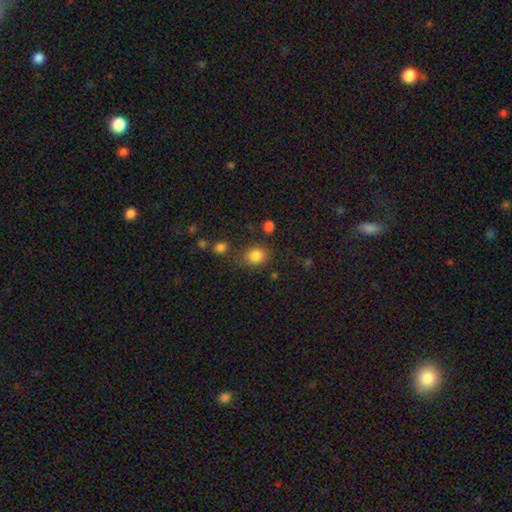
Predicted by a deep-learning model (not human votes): Smooth or featured: smooth — 84% (star or artifact — 11%)
How rounded: round — 67% (in between — 33%)
Merging: none — 70% (minor disturbance — 16%)